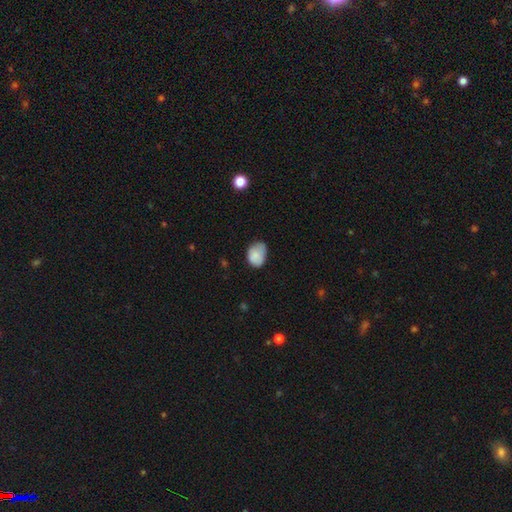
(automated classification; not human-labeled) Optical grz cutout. It shows a smooth galaxy with no disk features (82%) that is in between round and cigar-shaped (67%). Merging: none (45%).